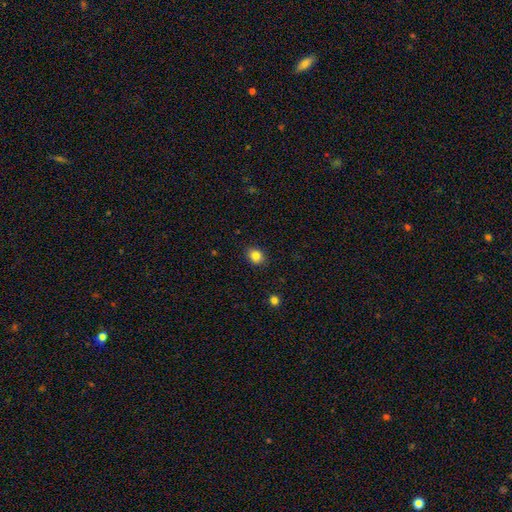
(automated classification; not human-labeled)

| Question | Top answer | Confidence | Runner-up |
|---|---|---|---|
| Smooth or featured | smooth | 83% | star or artifact (10%) |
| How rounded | round | 59% | in between (40%) |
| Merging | none | 88% | minor disturbance (9%) |